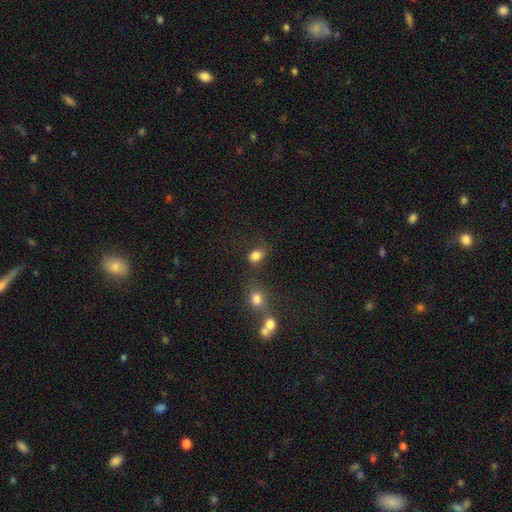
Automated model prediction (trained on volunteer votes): Morphology: type=smooth (81%); roundness=in between (63%); merging=none (58%).